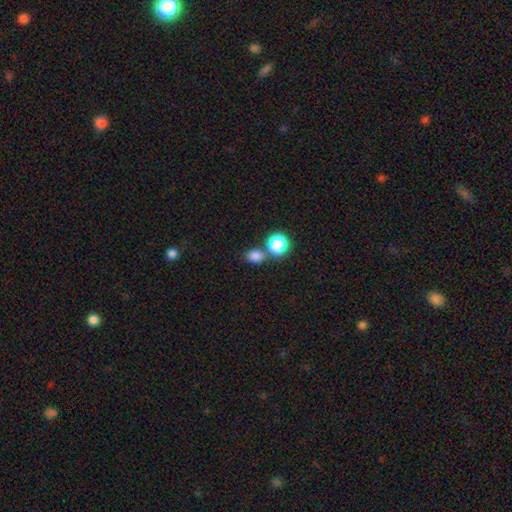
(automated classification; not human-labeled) A smooth galaxy with no disk features (81%) that is round (54%). Merging: none (56%).